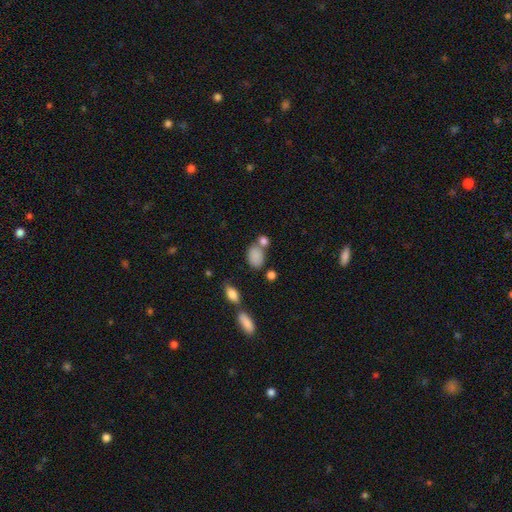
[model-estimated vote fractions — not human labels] Smooth or featured: smooth — 83% (star or artifact — 10%)
How rounded: in between — 75% (round — 23%)
Merging: none — 51% (merger — 27%)